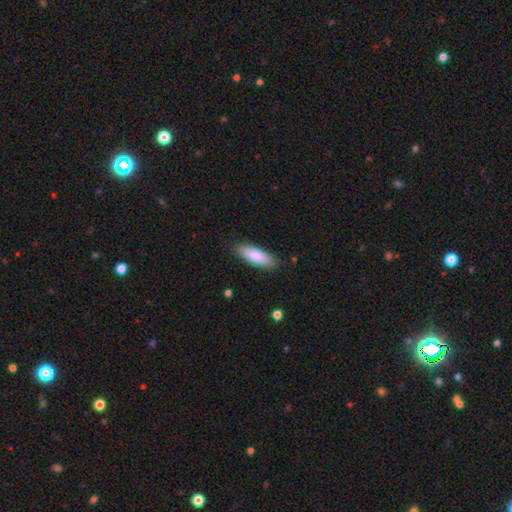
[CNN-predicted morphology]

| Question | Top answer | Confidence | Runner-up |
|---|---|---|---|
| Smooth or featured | smooth | 84% | featured or disk (10%) |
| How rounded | in between | 57% | cigar-shaped (41%) |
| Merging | none | 86% | minor disturbance (10%) |